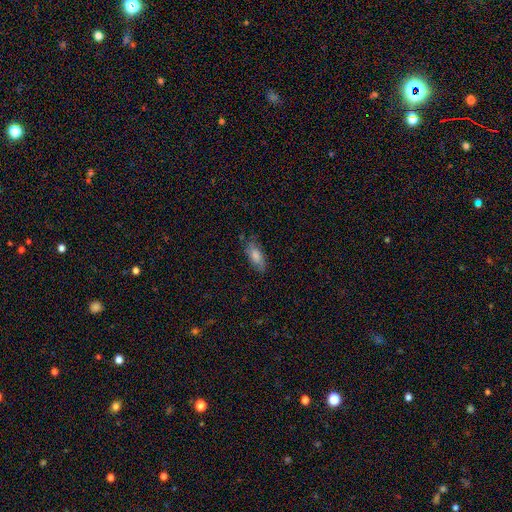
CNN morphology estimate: type=smooth (74%); roundness=in between (82%); merging=none (71%).